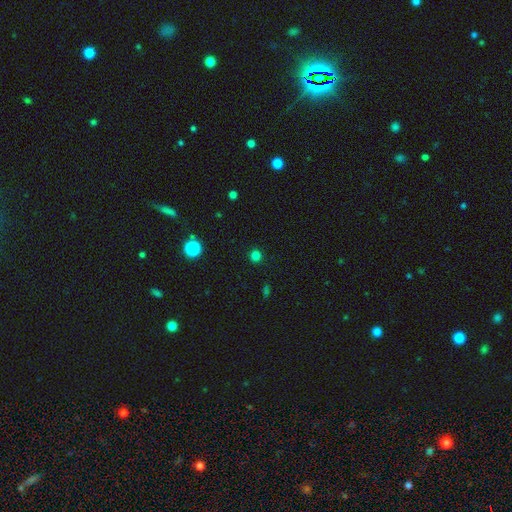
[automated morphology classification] The model was most divided on "smooth or featured": smooth: 78%, star or artifact: 18%, featured or disk: 4%. More confident: how rounded — round (93%); merging — none (91%).